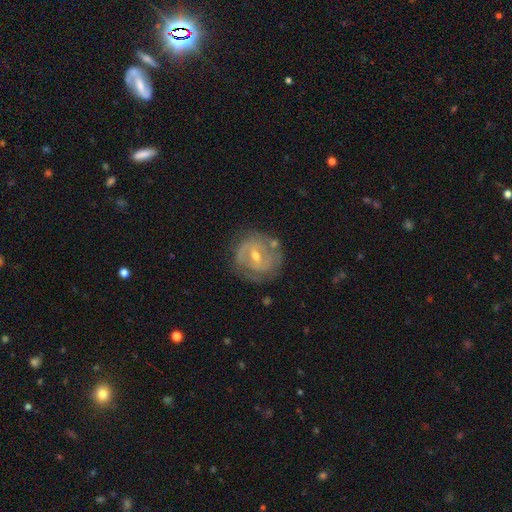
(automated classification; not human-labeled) Overall: featured or disk (76%). Edge-on disk: no (96%). Bar: weak (50%; no 28%). Spiral arms: yes (76%). Spiral arm count: 2 (47%; can't tell 34%). Spiral winding: tight (60%; medium 30%). Bulge size: moderate (54%; small 42%). Merging: none (71%).